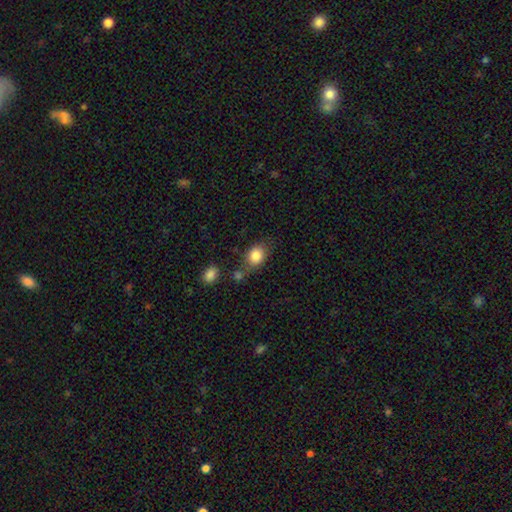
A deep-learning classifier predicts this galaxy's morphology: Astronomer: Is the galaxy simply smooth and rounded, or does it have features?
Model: smooth — 84%.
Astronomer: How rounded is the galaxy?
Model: in between — 60% (runner-up: round, 38%).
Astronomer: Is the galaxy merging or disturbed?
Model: none — 59%.